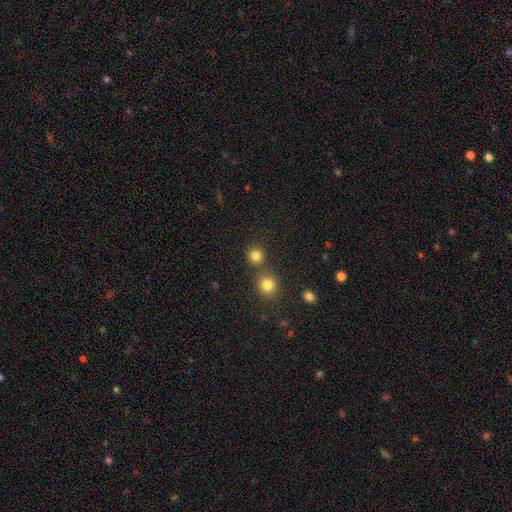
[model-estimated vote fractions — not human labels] smooth 82%, star or artifact 13%, featured or disk 5%. Down the decision tree: how rounded — round (92%); merging — none (73%).